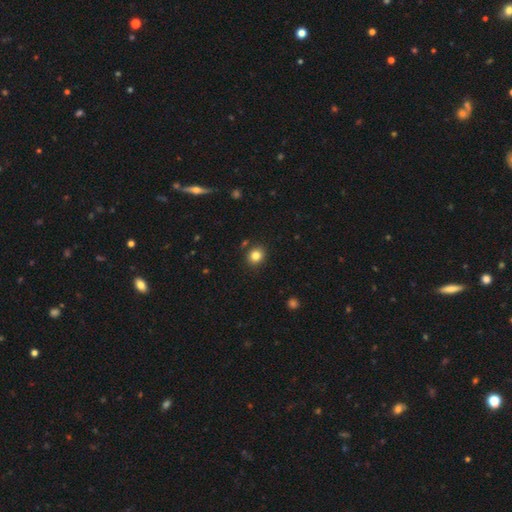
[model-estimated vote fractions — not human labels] Smooth or featured: smooth — 82% (star or artifact — 11%)
How rounded: round — 73% (in between — 27%)
Merging: none — 86% (minor disturbance — 8%)